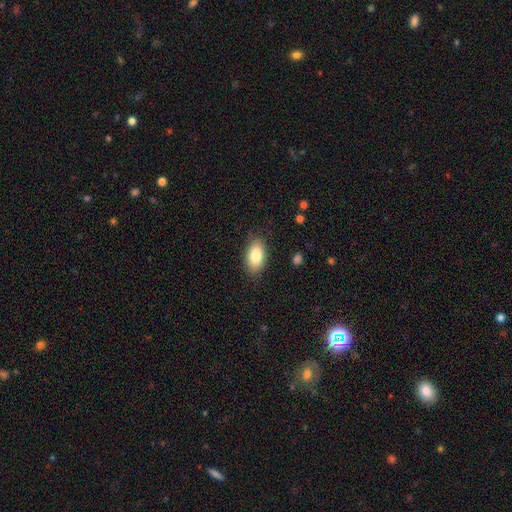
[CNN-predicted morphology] This is clearly a smooth galaxy (83%). How rounded: clearly in between (92%). Merging: clearly none (85%).